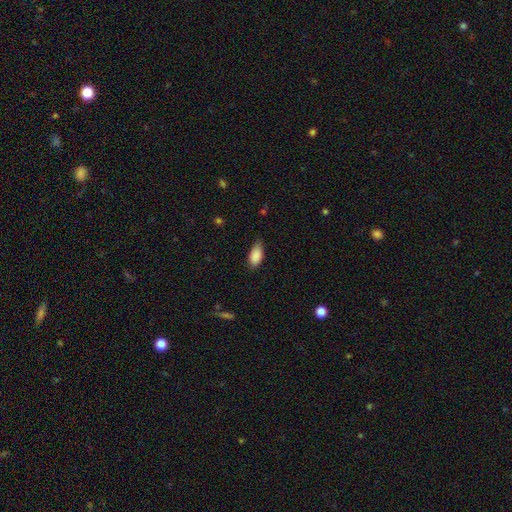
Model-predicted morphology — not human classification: This appears to be a smooth galaxy with no disk features (88%) that is in between round and cigar-shaped (91%). Merging: none (67%).